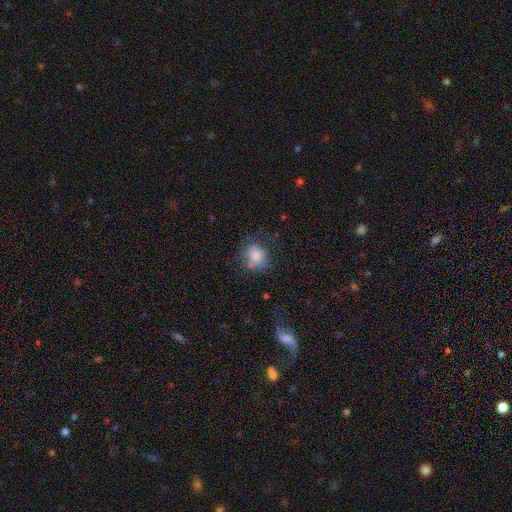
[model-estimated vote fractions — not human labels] Smooth or featured? smooth (77%)
How rounded? round (75%)
Merging? none (57%)